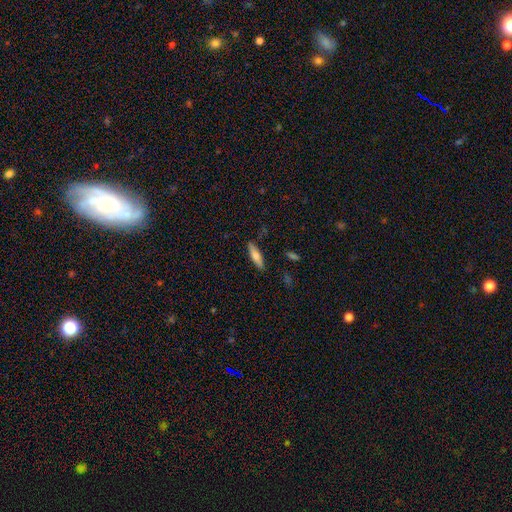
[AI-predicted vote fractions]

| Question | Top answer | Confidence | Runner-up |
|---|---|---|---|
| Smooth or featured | smooth | 62% | featured or disk (31%) |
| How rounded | cigar-shaped | 68% | in between (30%) |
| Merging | none | 86% | minor disturbance (10%) |